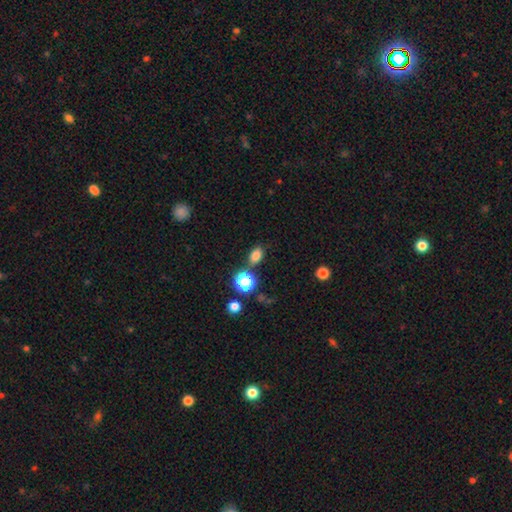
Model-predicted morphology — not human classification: smooth 79%, star or artifact 16%, featured or disk 5%. Down the decision tree: how rounded — in between (76%); merging — none (78%).